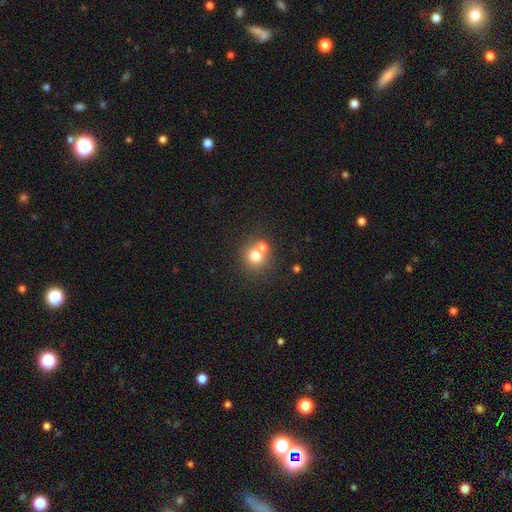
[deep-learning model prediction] Overall: smooth (72%). How rounded: round (87%). Merging: none (50%; merger 41%).